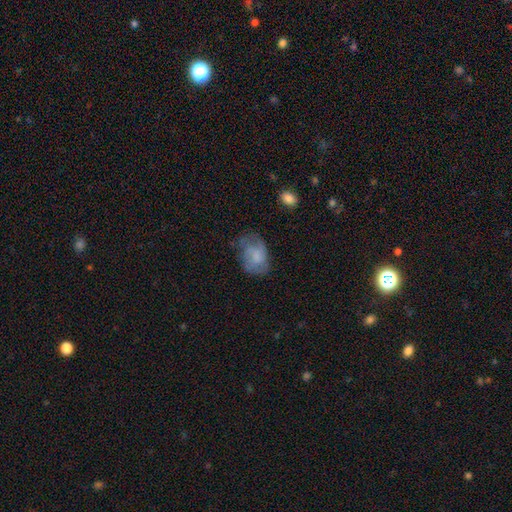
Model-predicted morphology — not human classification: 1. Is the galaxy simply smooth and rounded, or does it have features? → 55% smooth, 37% featured or disk, 8% star or artifact.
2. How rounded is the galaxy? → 78% in between, 20% round, 1% cigar-shaped.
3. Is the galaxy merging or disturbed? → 47% none, 31% minor disturbance, 20% major disturbance, 2% merger.